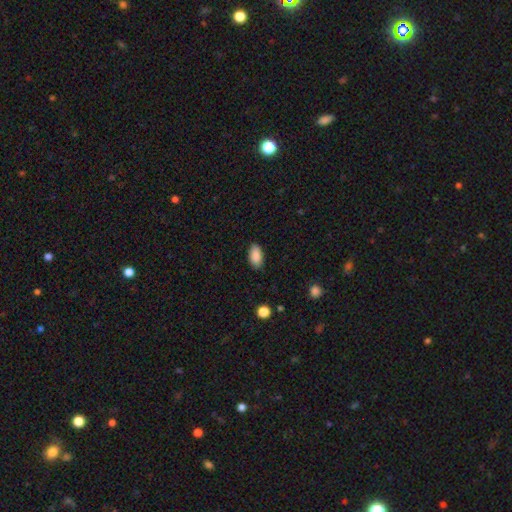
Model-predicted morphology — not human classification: A smooth galaxy with no disk features (89%) that is in between round and cigar-shaped (93%).

Vote fractions:
- Smooth or featured? smooth: 89% / star or artifact: 7% / featured or disk: 4%
- How rounded? in between: 93% / round: 4% / cigar-shaped: 3%
- Merging? none: 86% / minor disturbance: 10% / major disturbance: 2% / merger: 1%